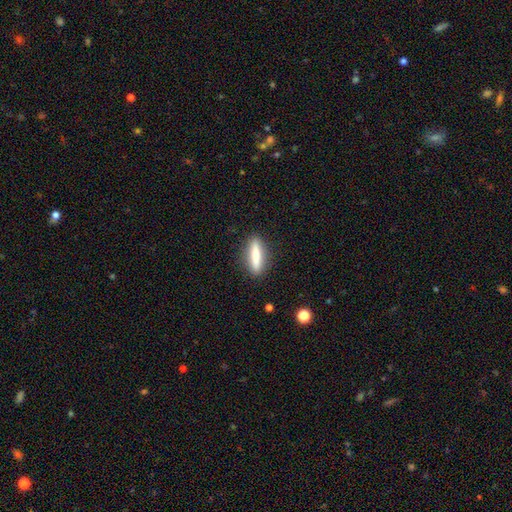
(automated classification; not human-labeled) Smooth or featured? smooth (71%)
How rounded? cigar-shaped (79%)
Merging? none (89%)